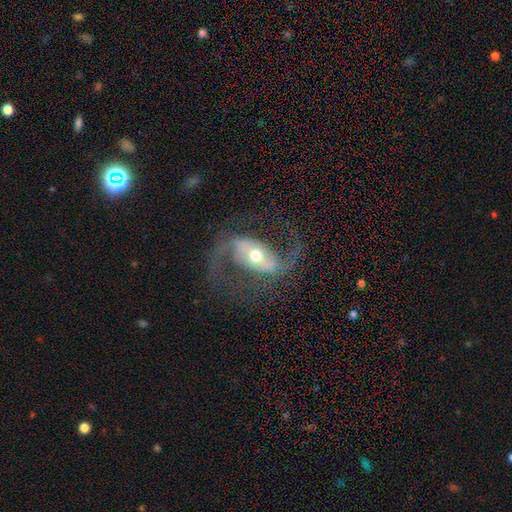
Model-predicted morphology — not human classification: This is clearly a featured or disk galaxy (90%). It is clearly not viewed edge-on (96%). Bar: marginally strong (44%). Spiral arm pattern: clearly yes (96%). Spiral arm count: clearly 2 (94%). Spiral winding: possibly loose (46%, tied with medium). Central bulge: likely moderate (69%). Merging: likely none (75%).